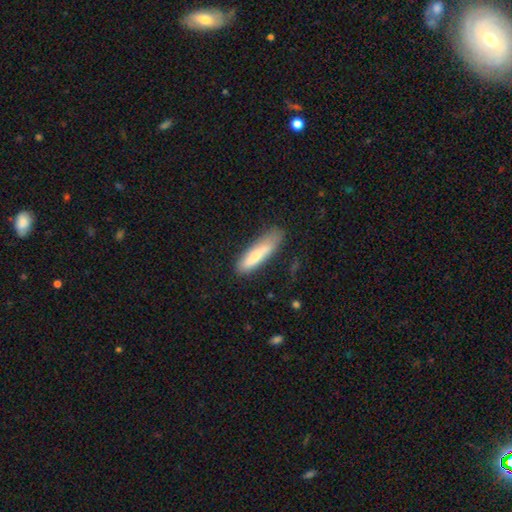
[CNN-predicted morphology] Overall: smooth (78%). How rounded: cigar-shaped (77%). Merging: none (64%; minor disturbance 26%).